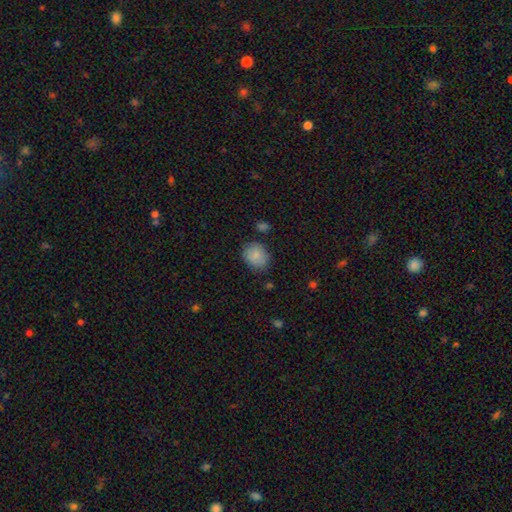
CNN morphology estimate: type=smooth (85%); roundness=round (58%); merging=none (75%).